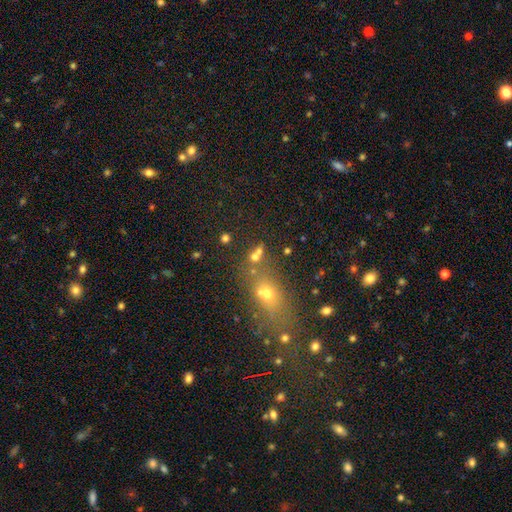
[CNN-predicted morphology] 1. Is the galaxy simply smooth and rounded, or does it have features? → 61% smooth, 23% star or artifact, 16% featured or disk.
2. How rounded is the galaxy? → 49% round, 45% in between, 6% cigar-shaped.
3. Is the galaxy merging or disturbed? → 49% none, 34% merger, 10% minor disturbance, 7% major disturbance.